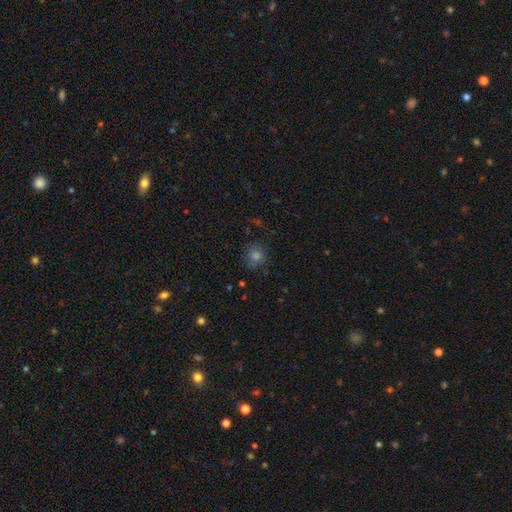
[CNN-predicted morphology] This appears to be a smooth galaxy with no disk features (62%) that is round (83%). Merging: none (78%).